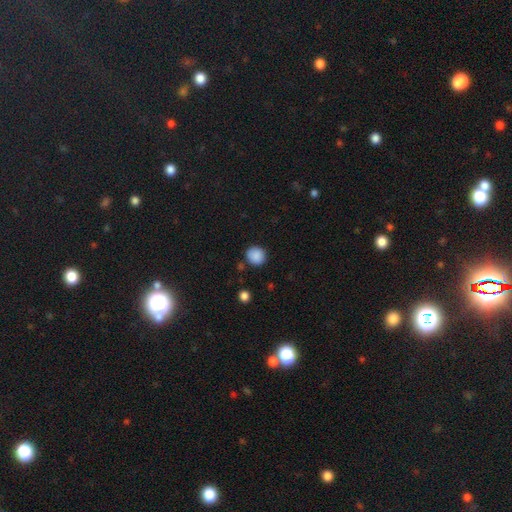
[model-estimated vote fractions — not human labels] This is clearly a smooth galaxy (88%). How rounded: clearly round (87%). Merging: clearly none (84%).